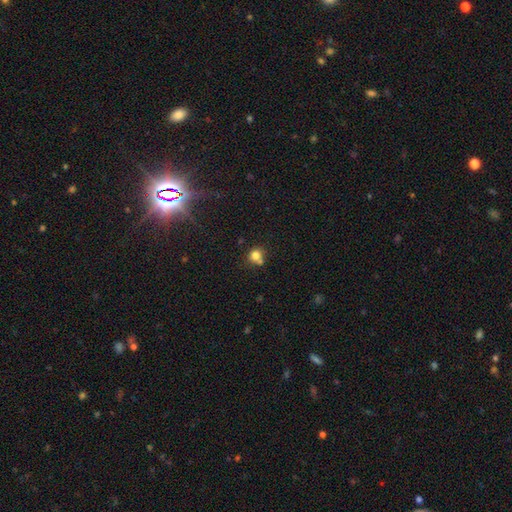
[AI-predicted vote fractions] This is likely a smooth galaxy (79%). How rounded: clearly round (86%). Merging: possibly none (56%).